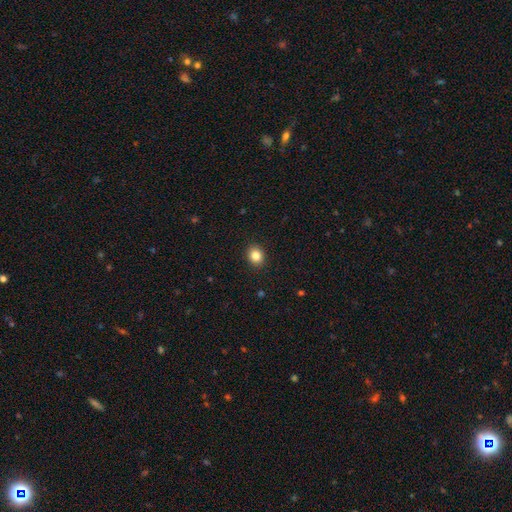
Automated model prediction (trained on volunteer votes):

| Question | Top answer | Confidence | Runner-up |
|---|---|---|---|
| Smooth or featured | smooth | 84% | star or artifact (10%) |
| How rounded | round | 69% | in between (31%) |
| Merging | none | 91% | minor disturbance (6%) |